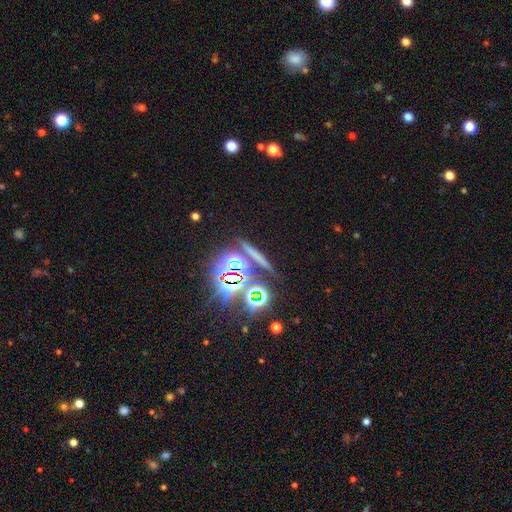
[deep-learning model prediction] Smooth or featured: star or artifact — 47% (smooth — 32%)